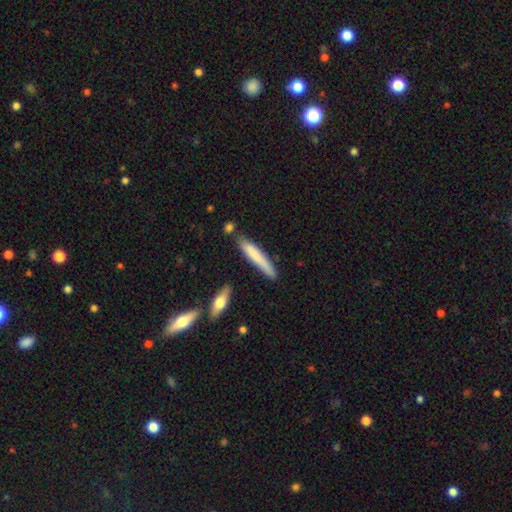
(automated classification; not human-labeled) This appears to be a smooth galaxy with no disk features (73%) that is cigar-shaped (91%). Merging: none (75%).